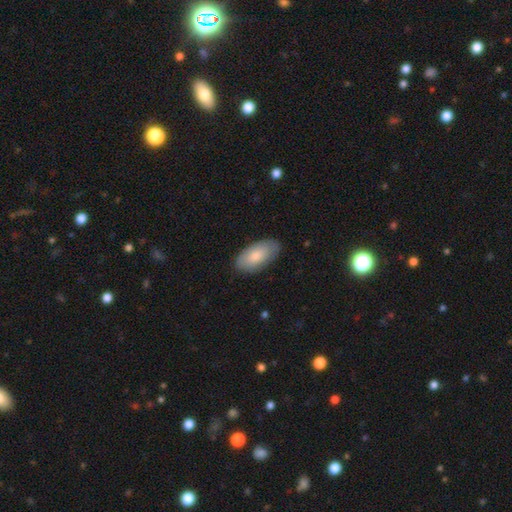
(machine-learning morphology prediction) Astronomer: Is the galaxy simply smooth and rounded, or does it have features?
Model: smooth — 77%.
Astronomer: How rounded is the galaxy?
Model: in between — 94%.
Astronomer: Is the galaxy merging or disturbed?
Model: none — 83%.